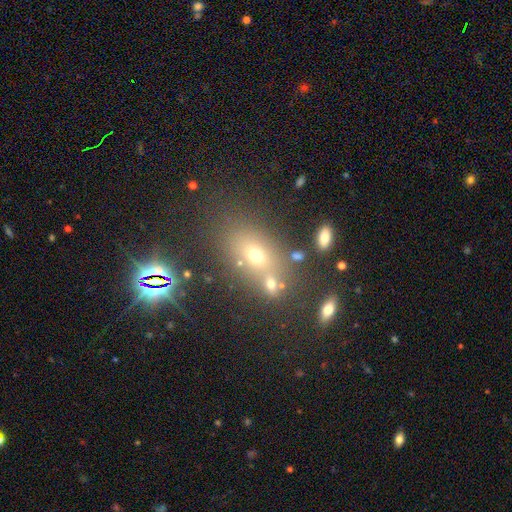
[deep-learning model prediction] smooth-or-featured: smooth: 49% | star or artifact: 31% | featured or disk: 20%
  merging: none: 58% | merger: 24% | minor disturbance: 12% | major disturbance: 6%